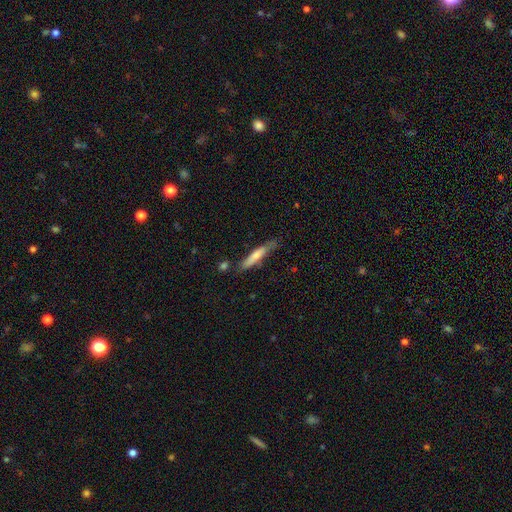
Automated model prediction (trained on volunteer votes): Q: Smooth or featured?
A: smooth (63%); runner-up: featured or disk (31%)
Q: How rounded?
A: cigar-shaped (88%); runner-up: in between (10%)
Q: Merging?
A: none (70%); runner-up: minor disturbance (21%)